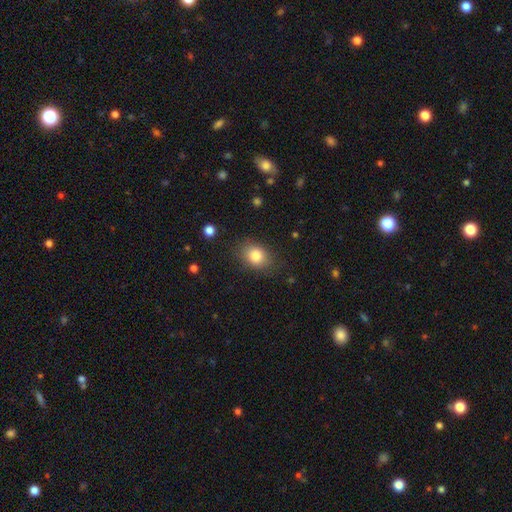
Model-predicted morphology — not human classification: smooth 83%, star or artifact 9%, featured or disk 8%. Down the decision tree: how rounded — in between (63%); merging — none (80%).